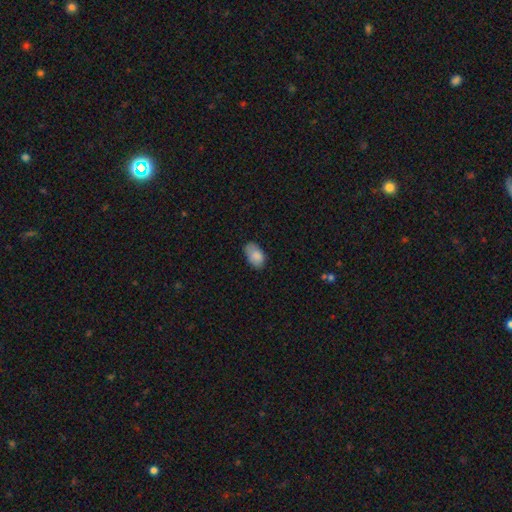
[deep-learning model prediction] The model was most divided on "merging": none: 66%, minor disturbance: 27%, major disturbance: 5%, merger: 2%. More confident: how rounded — in between (91%); smooth or featured — smooth (85%).